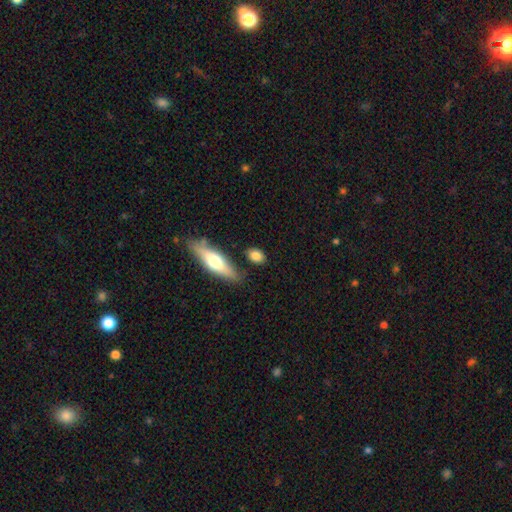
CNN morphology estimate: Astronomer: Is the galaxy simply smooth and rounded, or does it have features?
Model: smooth — 81%.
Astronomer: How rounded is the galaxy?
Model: in between — 65%.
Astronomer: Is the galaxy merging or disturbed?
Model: none — 78%.